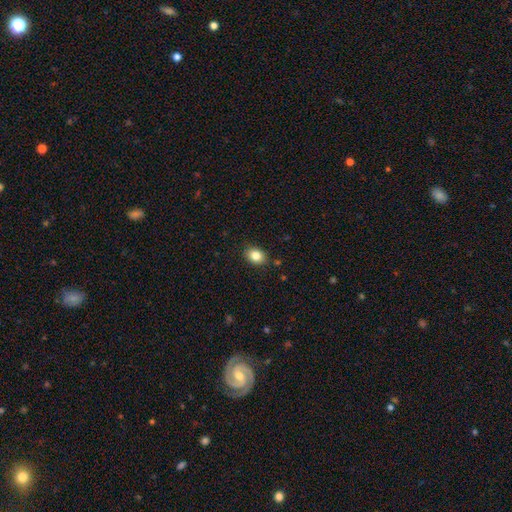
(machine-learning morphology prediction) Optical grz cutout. It shows a smooth galaxy with no disk features (84%) that is in between round and cigar-shaped (61%). Merging: none (86%).